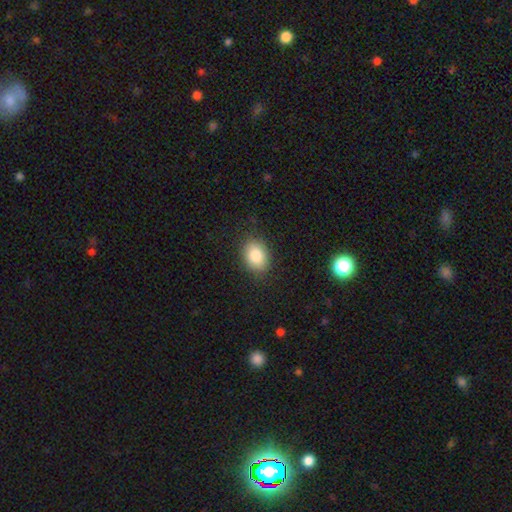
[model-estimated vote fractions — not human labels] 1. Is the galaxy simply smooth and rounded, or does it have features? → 84% smooth, 8% star or artifact, 8% featured or disk.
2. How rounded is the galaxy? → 69% in between, 30% round, 1% cigar-shaped.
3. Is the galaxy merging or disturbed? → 85% none, 11% minor disturbance, 3% major disturbance, 1% merger.